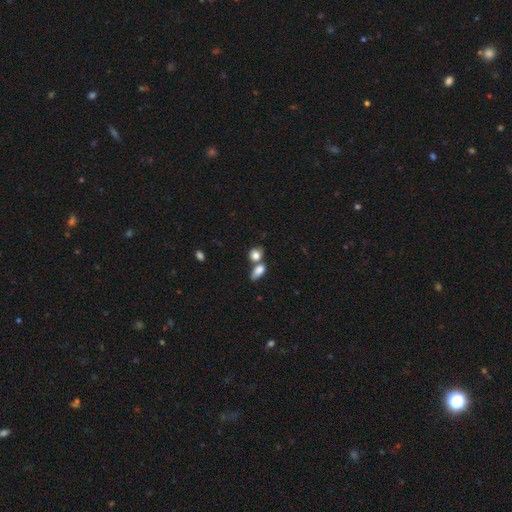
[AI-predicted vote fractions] This appears to be a smooth galaxy with no disk features (81%) that is round (51%). Merging: merger (48%).